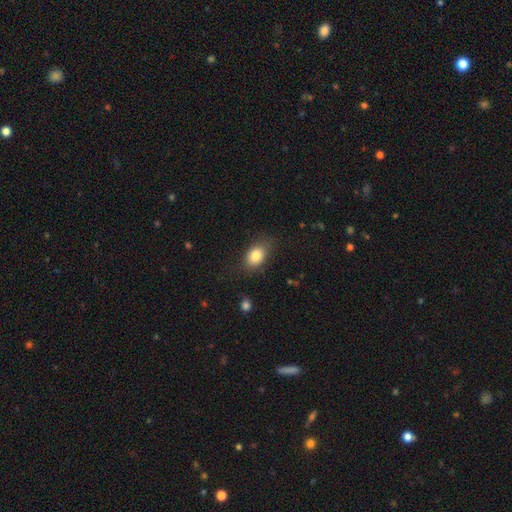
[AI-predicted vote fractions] Morphology: type=smooth (82%); roundness=in between (77%); merging=none (76%).